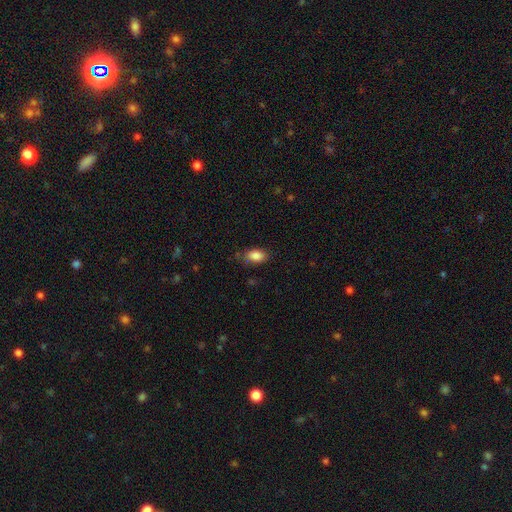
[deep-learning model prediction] smooth_or_featured: smooth (p=0.86) [alt: star or artifact p=0.08]
how_rounded: in between (p=0.91) [alt: round p=0.06]
merging: none (p=0.75) [alt: minor disturbance p=0.19]